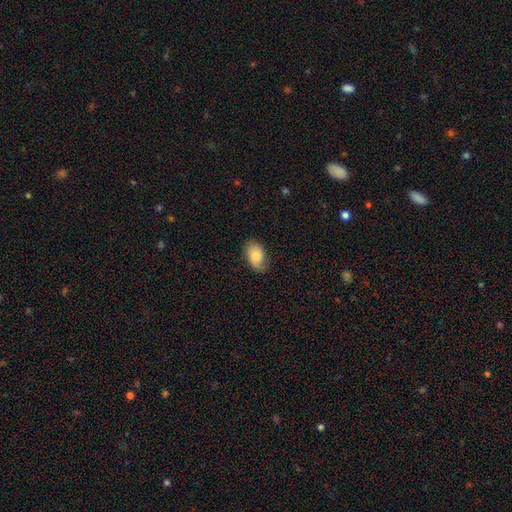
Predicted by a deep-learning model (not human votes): Smooth or featured? Predicted: smooth (p=0.78). How rounded? Predicted: in between (p=0.91). Merging? Predicted: none (p=0.76).